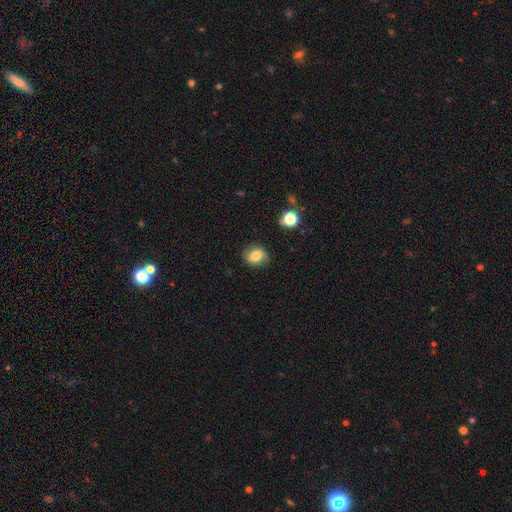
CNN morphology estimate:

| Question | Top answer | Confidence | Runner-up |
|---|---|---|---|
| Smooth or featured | smooth | 66% | featured or disk (23%) |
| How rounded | round | 57% | in between (42%) |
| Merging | none | 80% | minor disturbance (15%) |